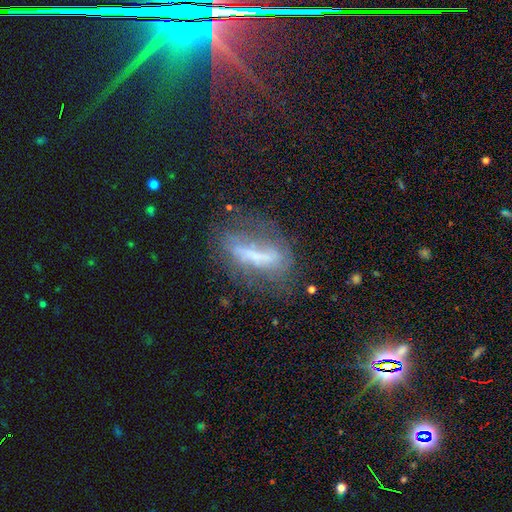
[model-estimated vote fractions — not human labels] smooth_or_featured: featured or disk (p=0.51) [alt: smooth p=0.33]
disk_edge_on: no (p=0.76) [alt: yes p=0.24]
merging: none (p=0.47) [alt: major disturbance p=0.25]